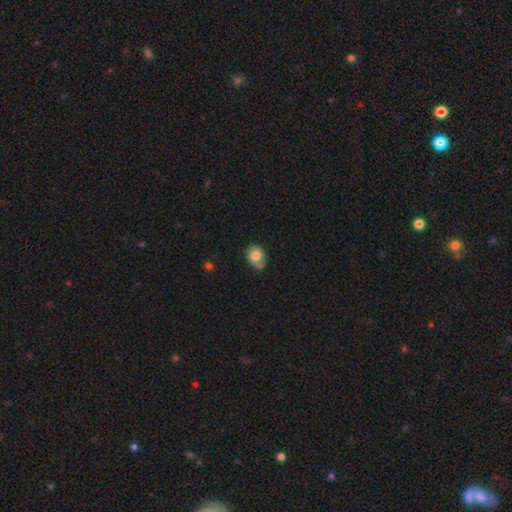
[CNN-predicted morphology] smooth_or_featured: smooth (p=0.80) [alt: featured or disk p=0.10]
how_rounded: round (p=0.66) [alt: in between p=0.33]
merging: none (p=0.57) [alt: minor disturbance p=0.26]